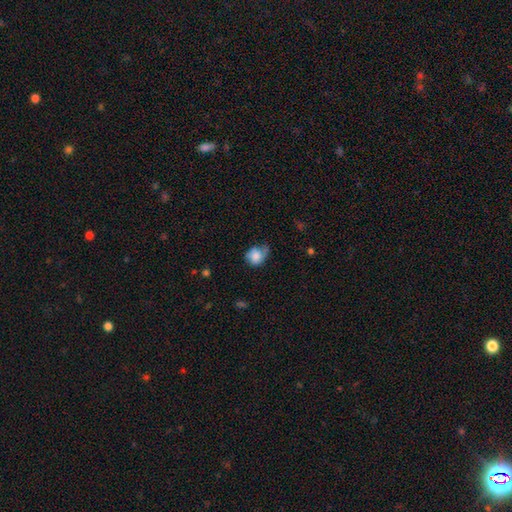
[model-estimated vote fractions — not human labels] Smooth or featured: smooth — 75% (featured or disk — 17%)
How rounded: round — 58% (in between — 41%)
Merging: minor disturbance — 39% (none — 38%)